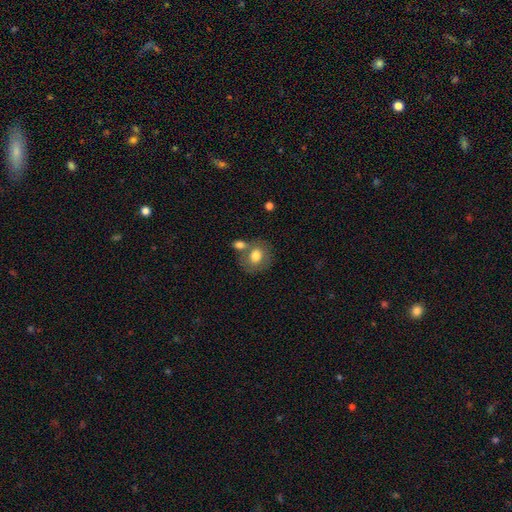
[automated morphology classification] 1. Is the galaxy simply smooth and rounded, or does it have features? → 74% smooth, 18% featured or disk, 8% star or artifact.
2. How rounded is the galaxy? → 64% round, 35% in between, 1% cigar-shaped.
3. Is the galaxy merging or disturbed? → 52% none, 30% merger, 13% minor disturbance, 5% major disturbance.